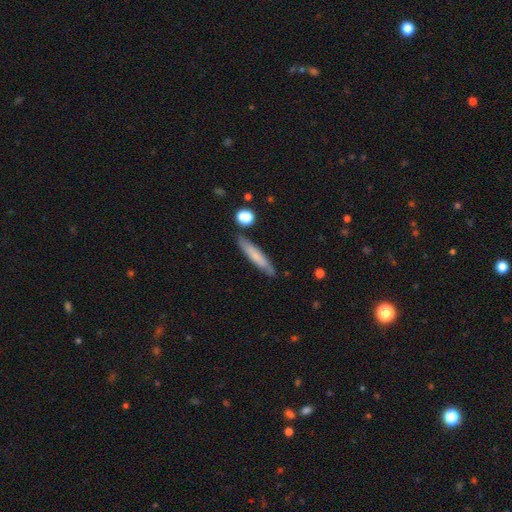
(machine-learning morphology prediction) Smooth or featured? Predicted: smooth (p=0.66). How rounded? Predicted: cigar-shaped (p=0.88). Merging? Predicted: none (p=0.81).